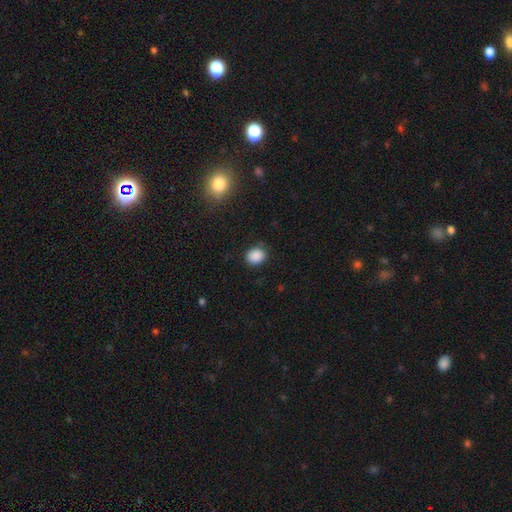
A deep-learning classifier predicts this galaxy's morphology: Smooth or featured? smooth (87%)
How rounded? round (55%)
Merging? none (80%)